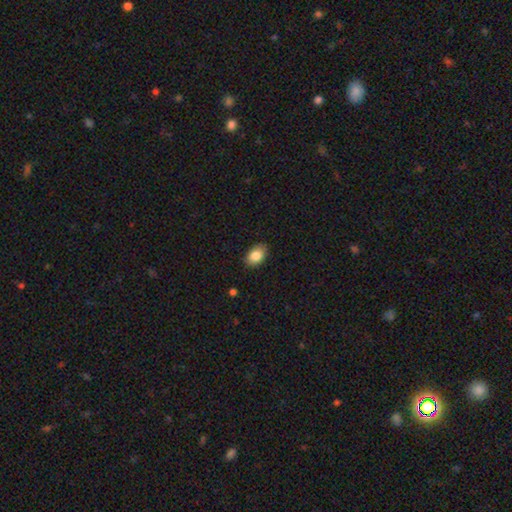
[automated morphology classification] A smooth galaxy with no disk features (85%) that is in between round and cigar-shaped (86%). Merging: none (86%).